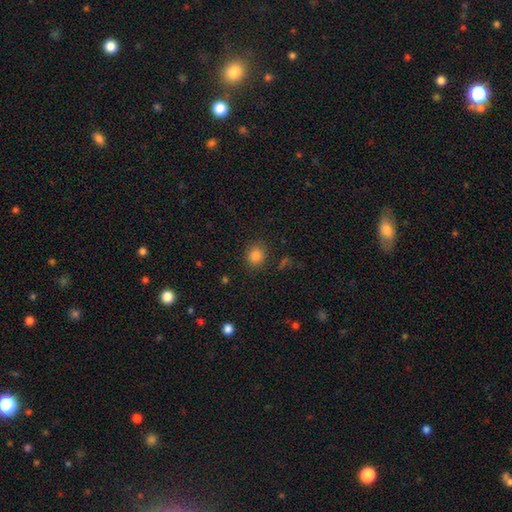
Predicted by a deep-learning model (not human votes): A smooth galaxy with no disk features (83%) that is round (80%). Merging: none (86%).